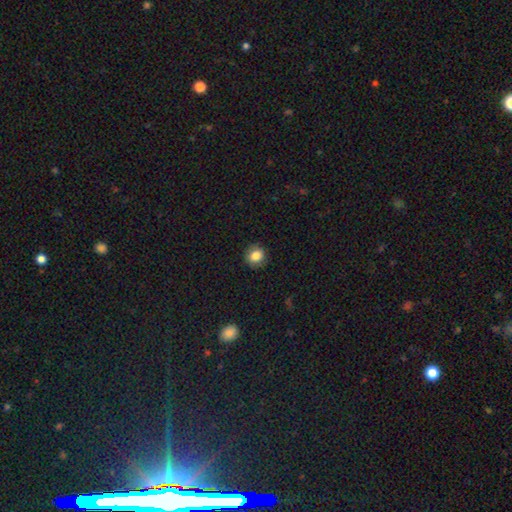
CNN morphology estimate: type=smooth (84%); roundness=round (80%); merging=none (88%).